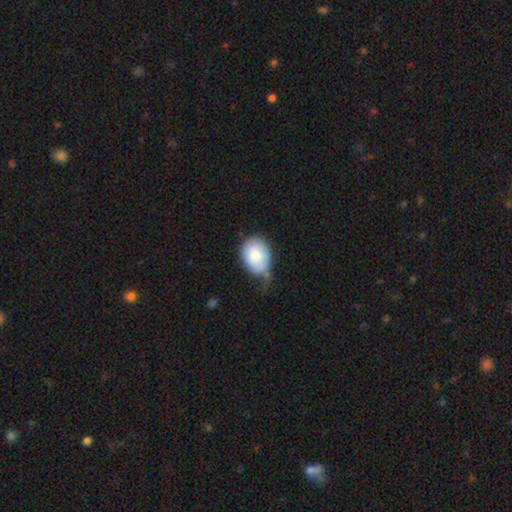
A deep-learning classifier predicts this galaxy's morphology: This is likely a smooth galaxy (77%). How rounded: likely in between (67%). Merging: marginally minor disturbance (43%).